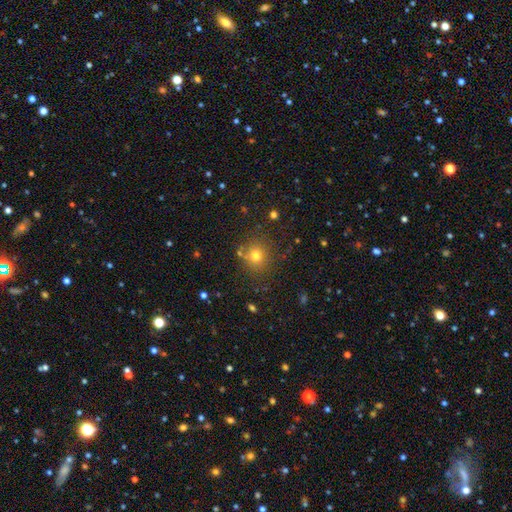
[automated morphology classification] The model was most divided on "smooth or featured": smooth: 74%, star or artifact: 18%, featured or disk: 8%. More confident: how rounded — round (89%); merging — none (81%).